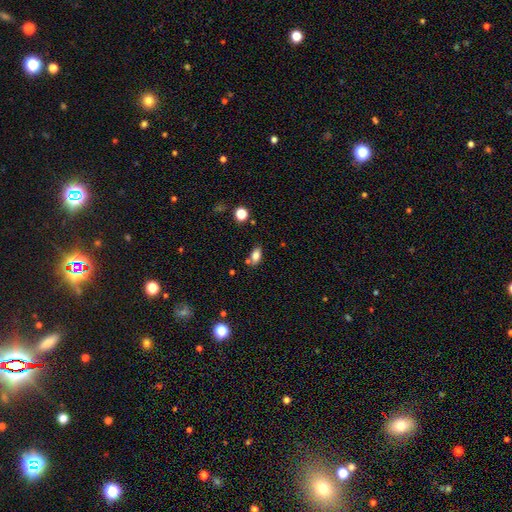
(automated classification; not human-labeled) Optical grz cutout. It shows a smooth galaxy with no disk features (80%) that is in between round and cigar-shaped (87%). Merging: none (72%).